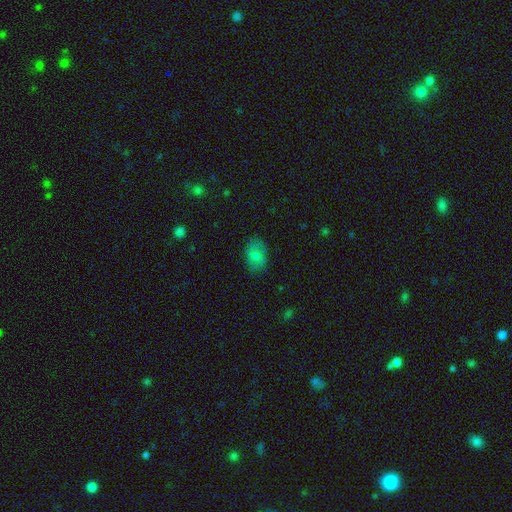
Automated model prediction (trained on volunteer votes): A smooth galaxy with no disk features (80%) that is in between round and cigar-shaped (86%). Merging: none (78%).